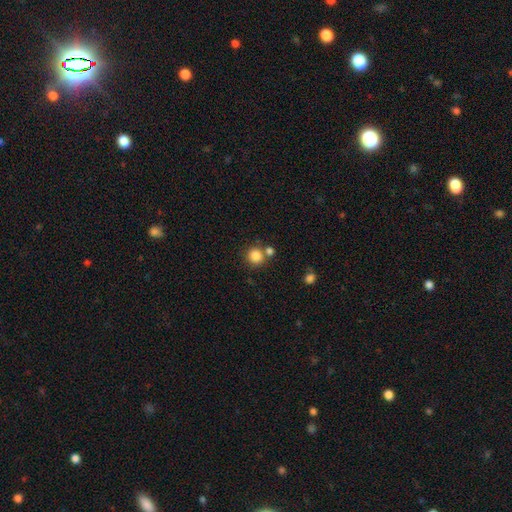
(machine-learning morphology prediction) Smooth or featured? Predicted: smooth (p=0.84). How rounded? Predicted: round (p=0.90). Merging? Predicted: none (p=0.70).